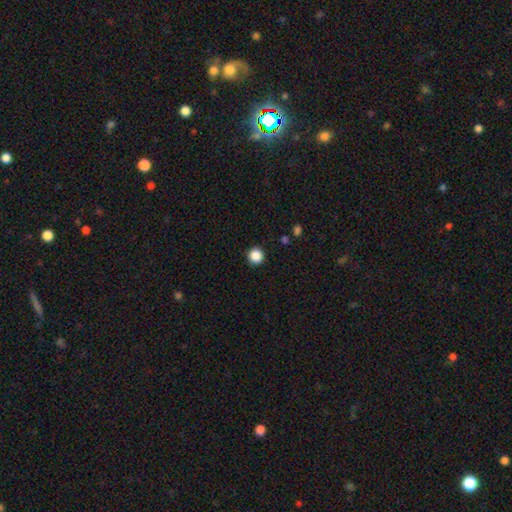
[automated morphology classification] type=smooth (87%); roundness=round (94%); merging=none (92%).